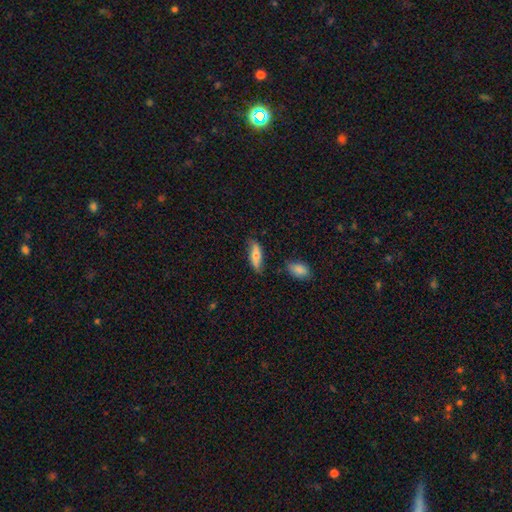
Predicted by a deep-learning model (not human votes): Overall: smooth (67%). How rounded: in between (57%; cigar-shaped 40%). Merging: none (72%).